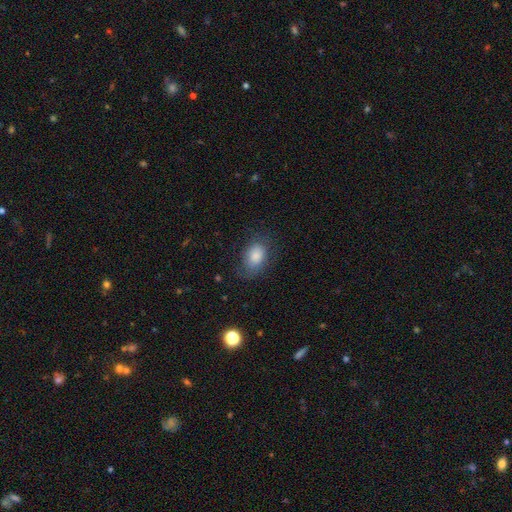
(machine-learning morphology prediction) smooth_or_featured: smooth (p=0.79) [alt: featured or disk p=0.13]
how_rounded: in between (p=0.82) [alt: round p=0.17]
merging: none (p=0.62) [alt: minor disturbance p=0.24]